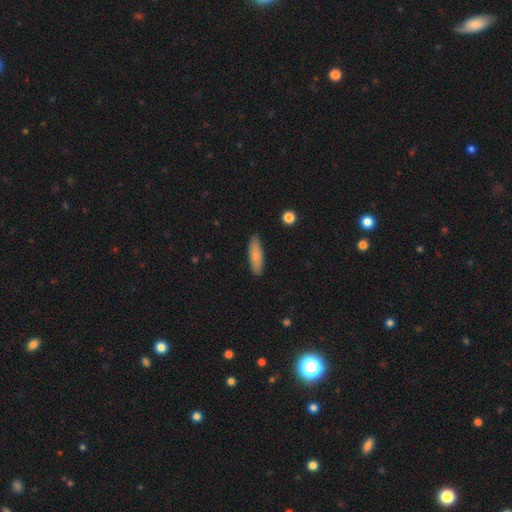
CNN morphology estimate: Smooth or featured?
  - smooth: 80% *
  - featured or disk: 14%
  - star or artifact: 6%
How rounded?
  - cigar-shaped: 52% *
  - in between: 46%
  - round: 2%
Merging?
  - none: 87% *
  - minor disturbance: 10%
  - major disturbance: 2%
  - merger: 1%